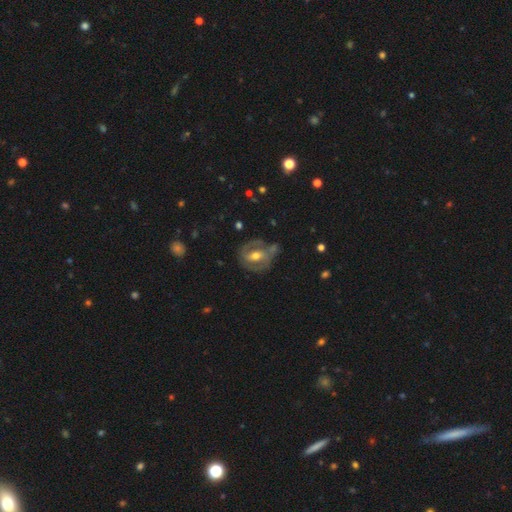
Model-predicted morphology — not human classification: Overall: featured or disk (74%). Edge-on disk: no (95%). Bar: weak (40%; strong 33%). Spiral arms: yes (73%). Spiral arm count: 2 (66%). Spiral winding: tight (44%; medium 41%). Bulge size: moderate (72%). Merging: none (62%).